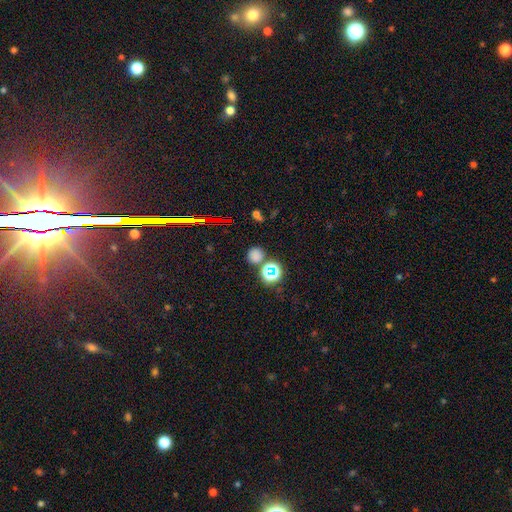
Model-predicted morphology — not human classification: smooth 64%, star or artifact 30%, featured or disk 6%. Down the decision tree: how rounded — round (89%); merging — none (78%).